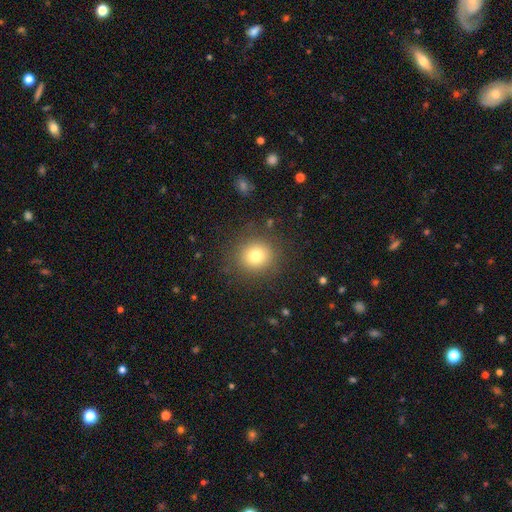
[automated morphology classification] The model was most divided on "smooth or featured": smooth: 78%, star or artifact: 13%, featured or disk: 10%. More confident: how rounded — round (89%); merging — none (86%).